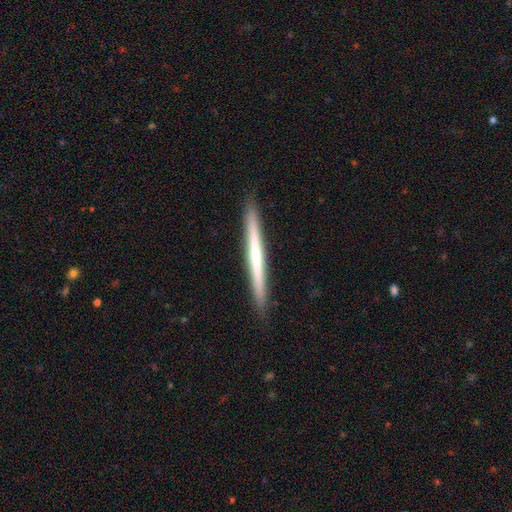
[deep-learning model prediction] A featured or disk galaxy (53%) viewed edge-on (98%) with no central bulge (78%).

Vote fractions:
- Smooth or featured? featured or disk: 53% / smooth: 42% / star or artifact: 5%
- Edge-on disk? yes: 98% / no: 2%
- Edge-on bulge? none: 78% / rounded: 16% / boxy: 6%
- Merging? none: 92% / minor disturbance: 6% / major disturbance: 1% / merger: 1%